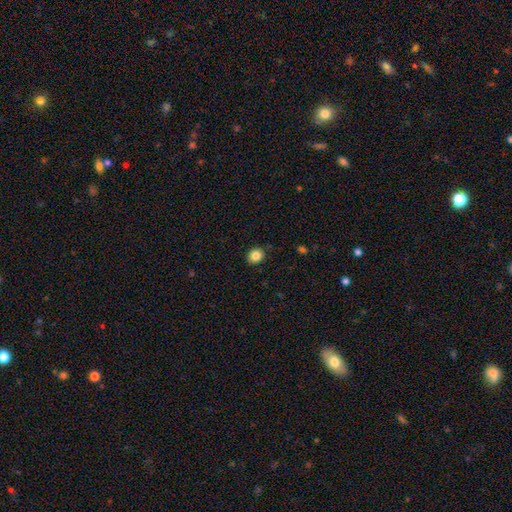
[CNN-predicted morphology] smooth_or_featured: smooth (p=0.85) [alt: star or artifact p=0.10]
how_rounded: round (p=0.75) [alt: in between p=0.25]
merging: none (p=0.89) [alt: minor disturbance p=0.07]